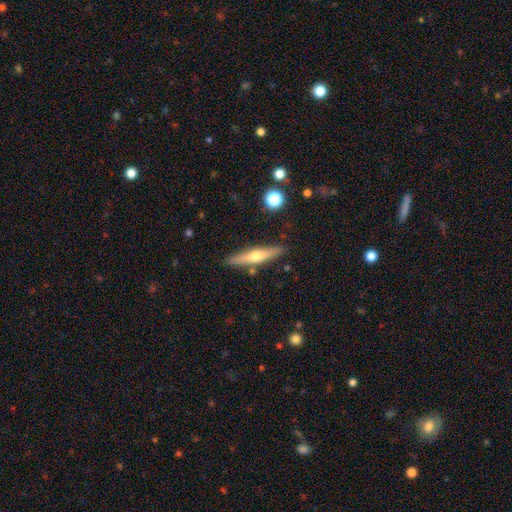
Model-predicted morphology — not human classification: featured or disk 52%, smooth 42%, star or artifact 6%. Down the decision tree: edge-on disk — yes (94%); merging — none (86%).